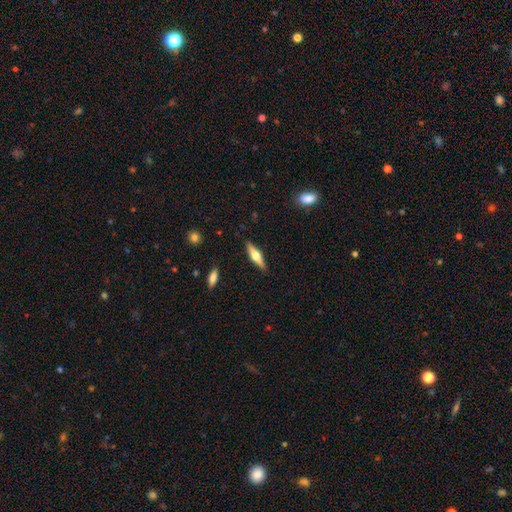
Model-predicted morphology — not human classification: The model was most divided on "smooth or featured": featured or disk: 61%, smooth: 33%, star or artifact: 6%. More confident: edge-on disk — yes (96%); edge-on bulge — rounded (93%); merging — none (89%).